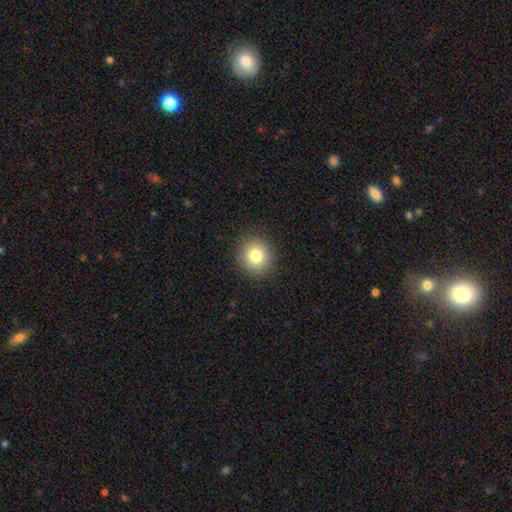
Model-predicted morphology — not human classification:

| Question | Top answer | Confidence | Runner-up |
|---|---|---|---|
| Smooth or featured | smooth | 81% | star or artifact (11%) |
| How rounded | round | 84% | in between (15%) |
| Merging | none | 90% | minor disturbance (7%) |